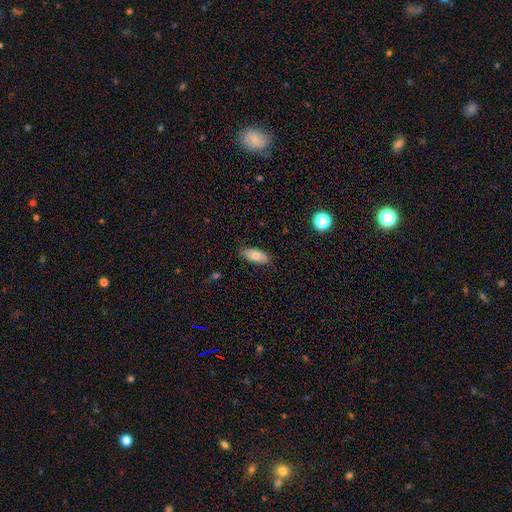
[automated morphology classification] A smooth galaxy with no disk features (72%) that is in between round and cigar-shaped (86%). Merging: none (84%).